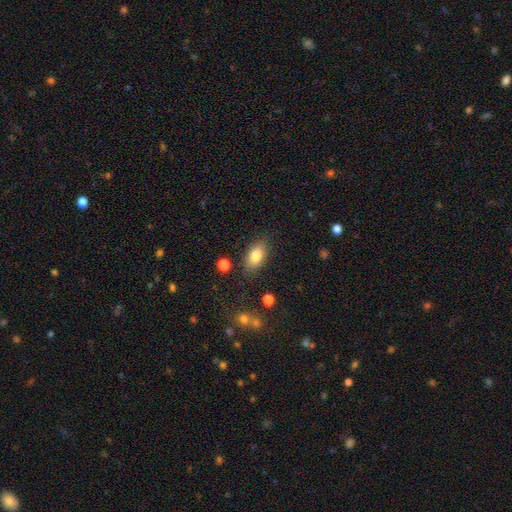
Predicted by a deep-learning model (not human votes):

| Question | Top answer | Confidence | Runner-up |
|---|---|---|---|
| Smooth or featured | smooth | 81% | featured or disk (11%) |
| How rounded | in between | 88% | round (7%) |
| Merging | none | 81% | minor disturbance (13%) |